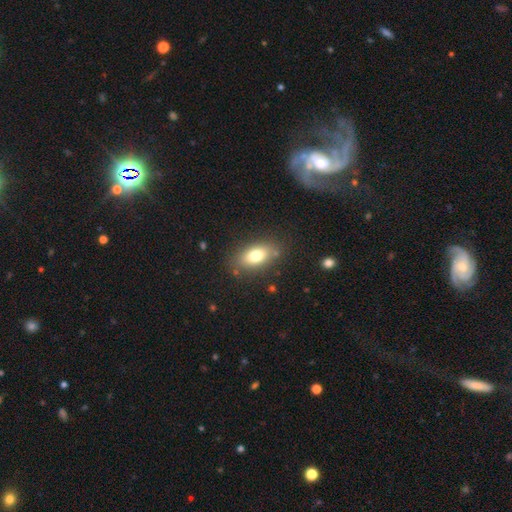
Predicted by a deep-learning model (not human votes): Smooth or featured? smooth (76%)
How rounded? in between (87%)
Merging? none (81%)